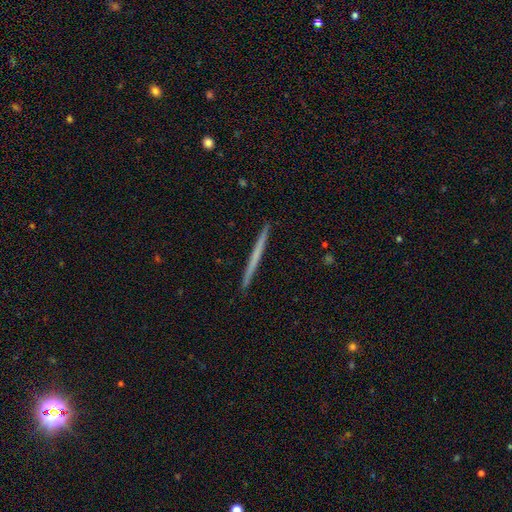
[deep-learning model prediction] This appears to be a featured or disk galaxy (49%). Merging: none (93%).